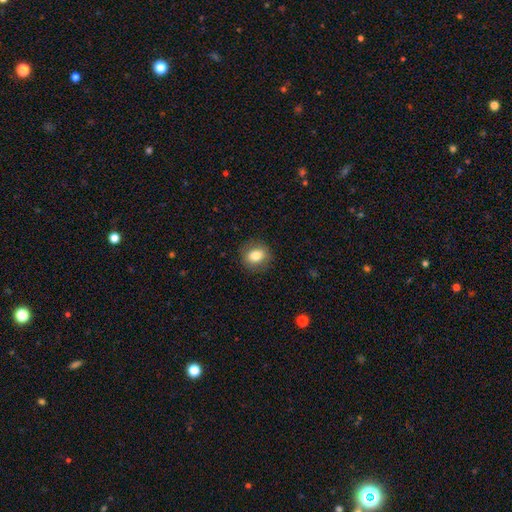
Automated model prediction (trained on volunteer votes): This appears to be a smooth galaxy with no disk features (79%) that is round (65%). Merging: none (86%).